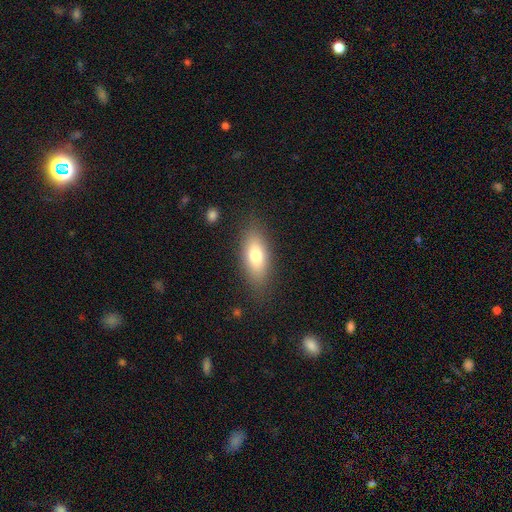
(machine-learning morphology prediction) The model was most divided on "smooth or featured": smooth: 74%, featured or disk: 18%, star or artifact: 8%. More confident: merging — none (82%); how rounded — in between (78%).